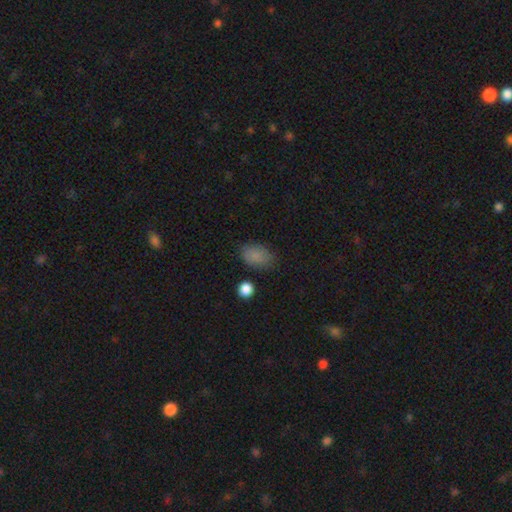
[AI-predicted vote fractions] Smooth or featured? Predicted: smooth (p=0.84). How rounded? Predicted: in between (p=0.84). Merging? Predicted: none (p=0.75).